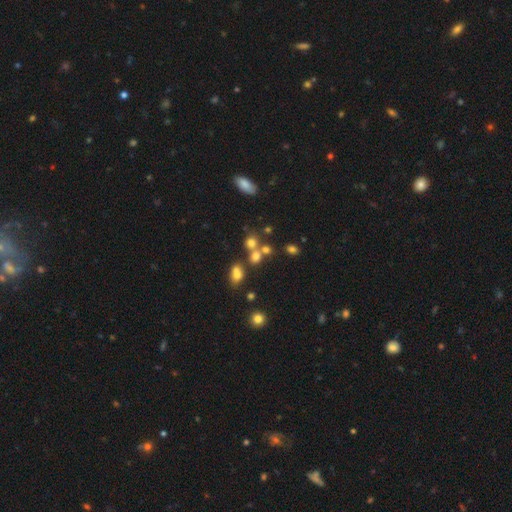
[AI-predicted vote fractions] A smooth galaxy with no disk features (64%) that is round (73%).

Vote fractions:
- Smooth or featured? smooth: 64% / star or artifact: 22% / featured or disk: 14%
- How rounded? round: 73% / in between: 25% / cigar-shaped: 2%
- Merging? none: 47% / merger: 39% / minor disturbance: 9% / major disturbance: 5%